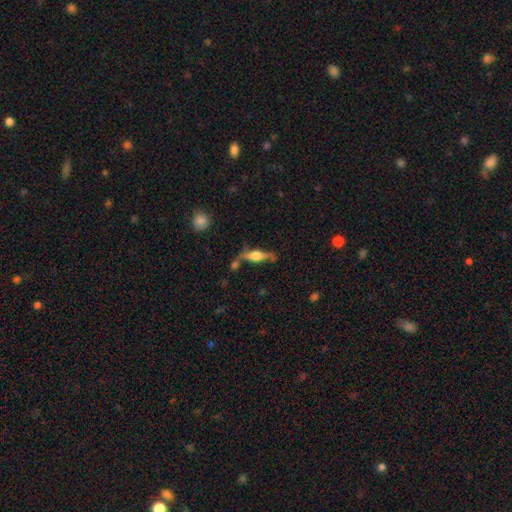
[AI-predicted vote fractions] Smooth or featured: featured or disk — 67% (smooth — 25%)
Edge-on disk: yes — 92% (no — 8%)
Edge-on bulge: rounded — 85% (boxy — 13%)
Merging: none — 64% (minor disturbance — 17%)